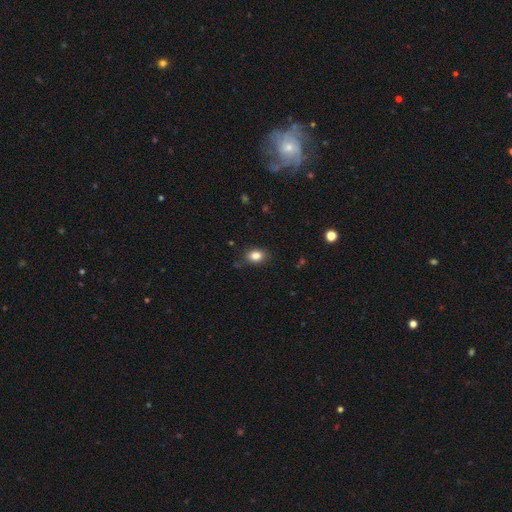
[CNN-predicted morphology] Smooth or featured?
  - smooth: 85% *
  - star or artifact: 9%
  - featured or disk: 6%
How rounded?
  - in between: 74% *
  - round: 24%
  - cigar-shaped: 1%
Merging?
  - none: 82% *
  - minor disturbance: 13%
  - major disturbance: 3%
  - merger: 1%